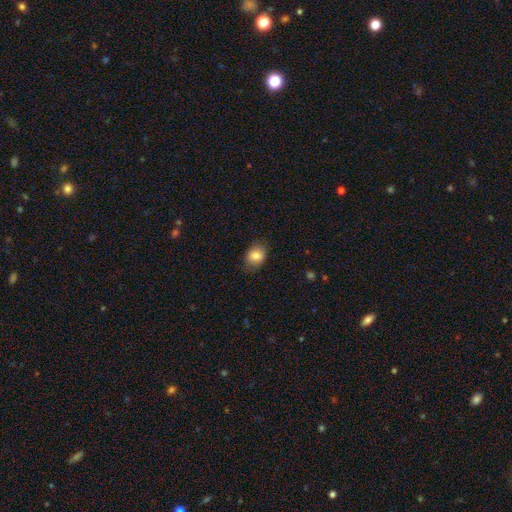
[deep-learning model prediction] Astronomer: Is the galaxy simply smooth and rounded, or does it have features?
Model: smooth — 82%.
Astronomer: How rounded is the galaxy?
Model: in between — 61% (runner-up: round, 37%).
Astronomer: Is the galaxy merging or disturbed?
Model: none — 79%.